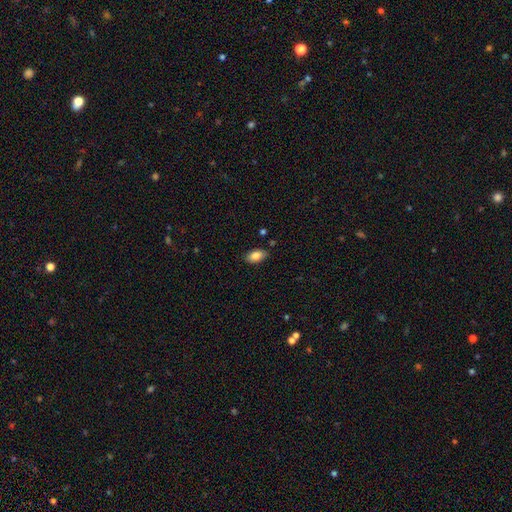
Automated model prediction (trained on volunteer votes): Smooth or featured? Predicted: smooth (p=0.84). How rounded? Predicted: in between (p=0.92). Merging? Predicted: none (p=0.84).